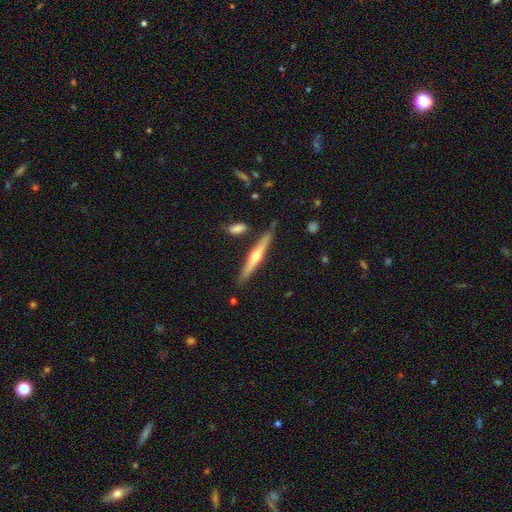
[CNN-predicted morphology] This appears to be a featured or disk galaxy (66%) viewed edge-on (96%) with a rounded central bulge (89%). Merging: none (85%).